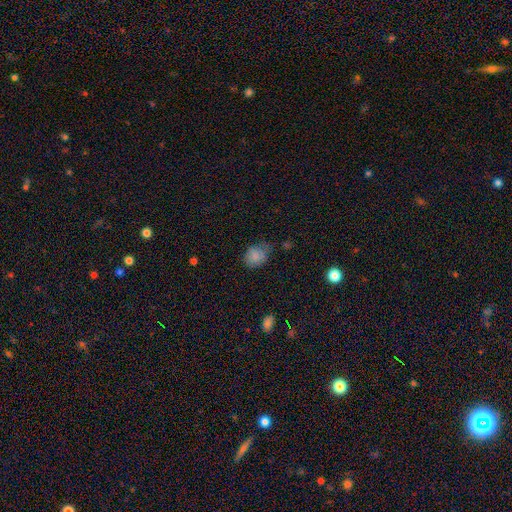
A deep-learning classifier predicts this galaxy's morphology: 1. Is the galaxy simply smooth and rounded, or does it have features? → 80% smooth, 11% star or artifact, 9% featured or disk.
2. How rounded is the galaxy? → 50% in between, 49% round, 1% cigar-shaped.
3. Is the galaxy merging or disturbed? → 48% none, 35% minor disturbance, 13% major disturbance, 4% merger.